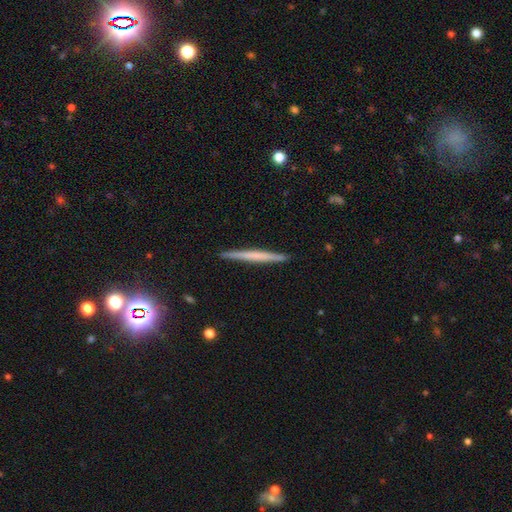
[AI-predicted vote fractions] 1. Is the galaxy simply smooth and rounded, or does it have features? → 48% featured or disk, 46% smooth, 6% star or artifact.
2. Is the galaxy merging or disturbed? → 92% none, 6% minor disturbance, 1% major disturbance, 1% merger.